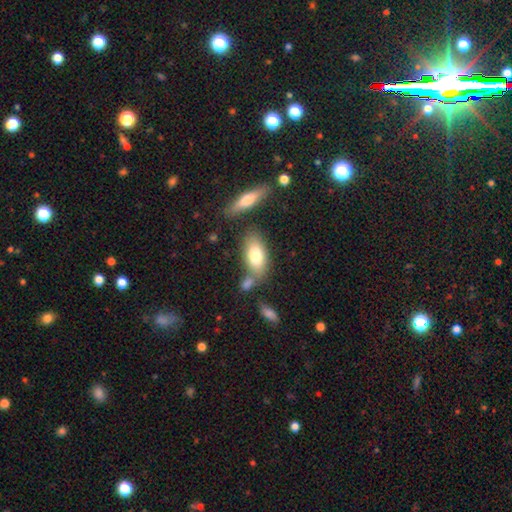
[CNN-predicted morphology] smooth-or-featured: smooth: 76% | featured or disk: 17% | star or artifact: 7%
  how-rounded: in between: 87% | cigar-shaped: 10% | round: 4%
  merging: none: 61% | merger: 19% | minor disturbance: 15% | major disturbance: 5%